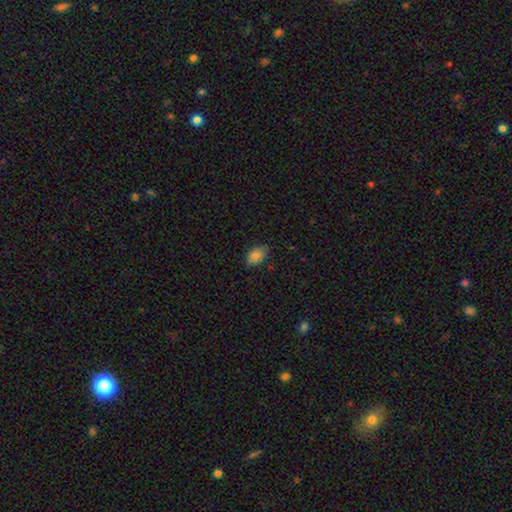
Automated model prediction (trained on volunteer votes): Smooth or featured?
  - smooth: 84% *
  - star or artifact: 9%
  - featured or disk: 7%
How rounded?
  - in between: 88% *
  - round: 11%
  - cigar-shaped: 2%
Merging?
  - none: 75% *
  - minor disturbance: 21%
  - major disturbance: 3%
  - merger: 1%